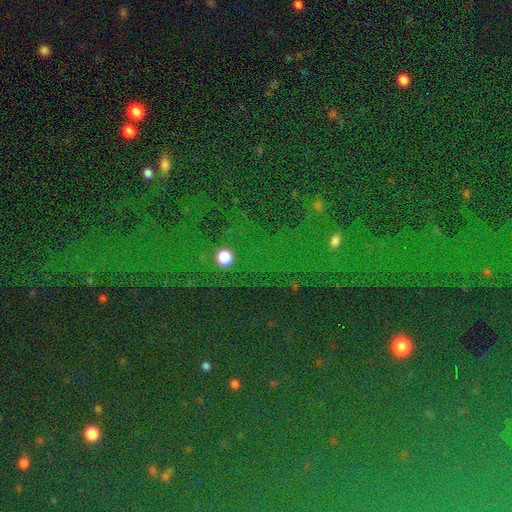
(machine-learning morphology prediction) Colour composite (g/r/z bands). It shows a star or artifact, not a galaxy (83%).